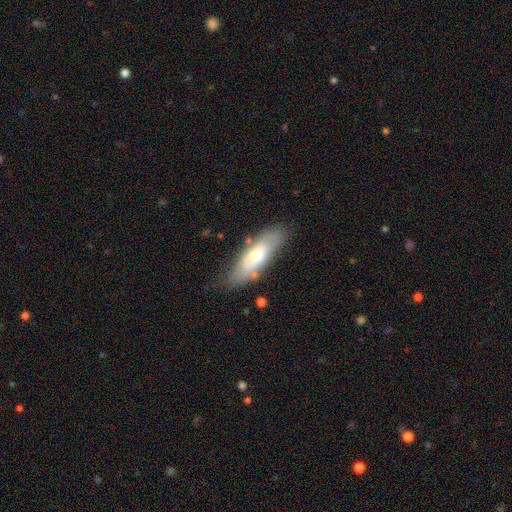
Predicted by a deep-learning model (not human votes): This is possibly a smooth galaxy (59%). How rounded: possibly in between (57%). Merging: likely none (71%).